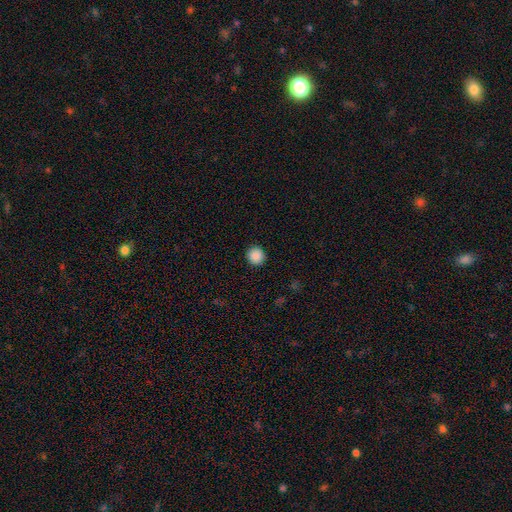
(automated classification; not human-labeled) A smooth galaxy with no disk features (89%) that is round (94%). Merging: none (93%).